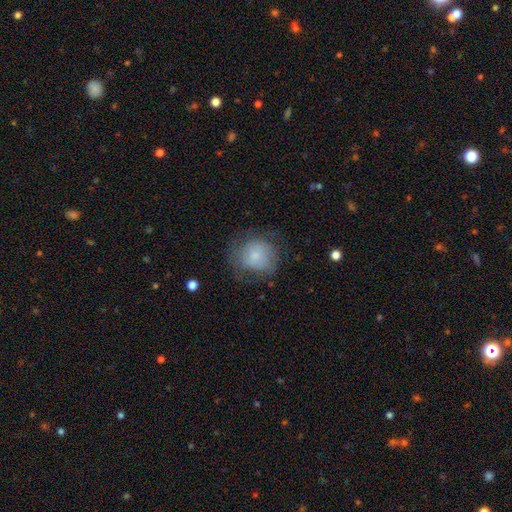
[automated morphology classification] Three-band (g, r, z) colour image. It shows a smooth galaxy with no disk features (68%) that is round (79%). Merging: none (57%).